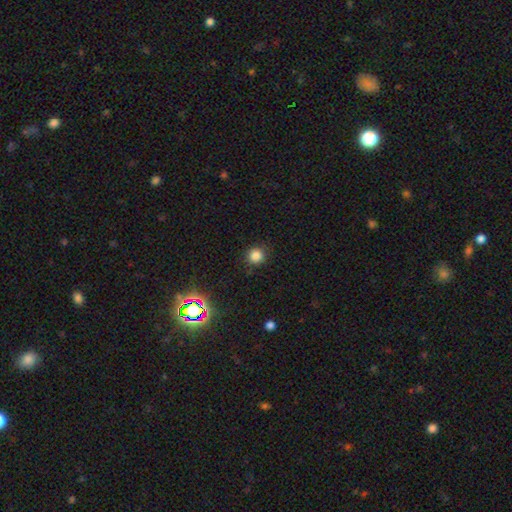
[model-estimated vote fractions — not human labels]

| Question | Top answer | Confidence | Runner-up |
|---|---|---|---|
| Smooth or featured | smooth | 82% | star or artifact (14%) |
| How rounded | round | 93% | in between (6%) |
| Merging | none | 88% | minor disturbance (8%) |